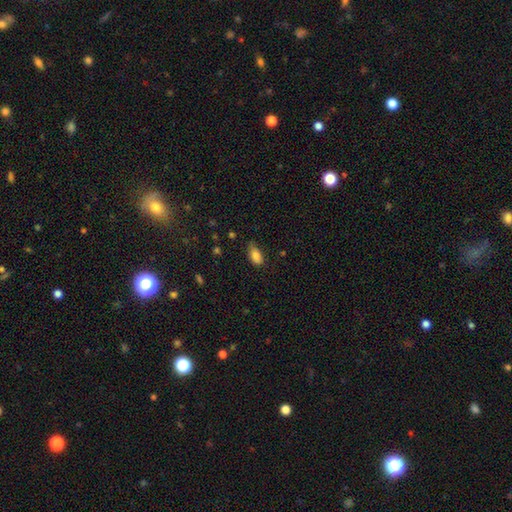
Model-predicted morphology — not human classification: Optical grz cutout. It shows a smooth galaxy with no disk features (84%) that is in between round and cigar-shaped (90%). Merging: none (65%).